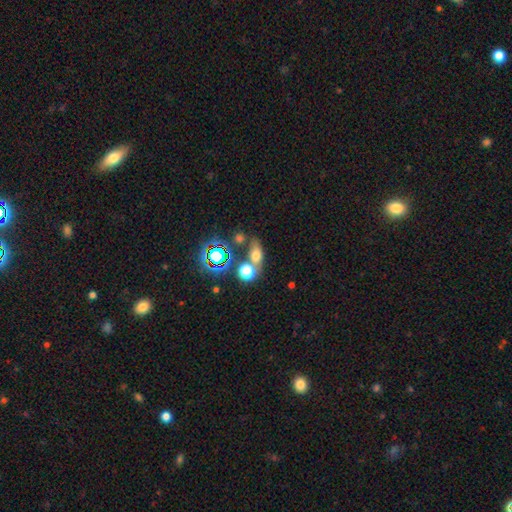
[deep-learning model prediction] A smooth galaxy with no disk features (61%) that is in between round and cigar-shaped (65%). Merging: none (56%).